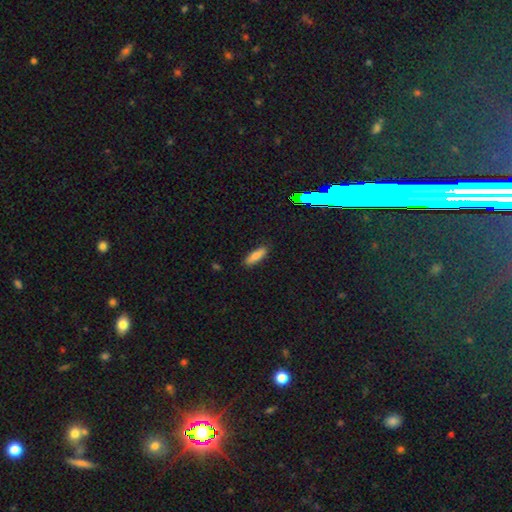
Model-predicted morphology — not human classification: Smooth or featured: smooth — 78% (featured or disk — 13%)
How rounded: cigar-shaped — 52% (in between — 46%)
Merging: none — 88% (minor disturbance — 9%)